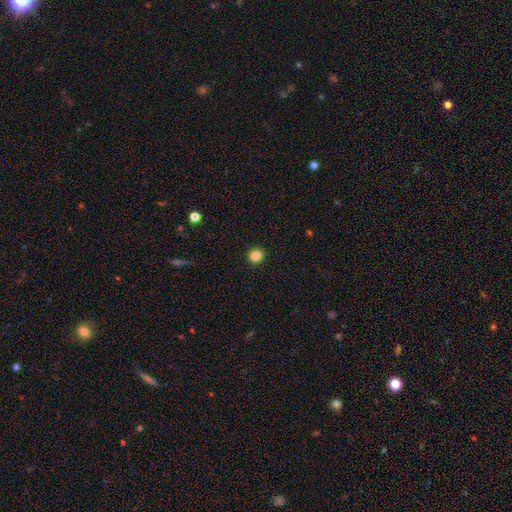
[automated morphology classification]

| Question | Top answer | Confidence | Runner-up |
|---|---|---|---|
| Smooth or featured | smooth | 84% | star or artifact (11%) |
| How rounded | round | 86% | in between (13%) |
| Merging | none | 92% | minor disturbance (5%) |